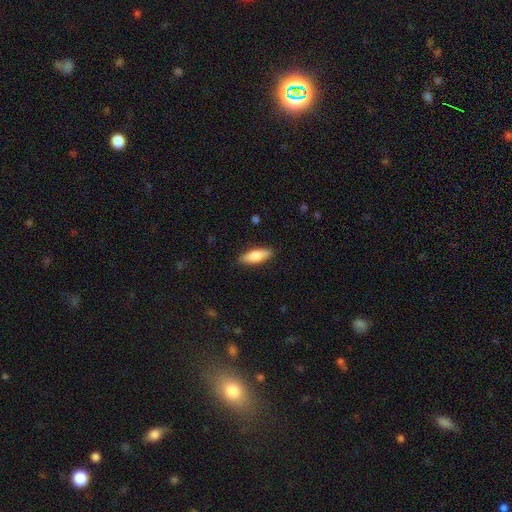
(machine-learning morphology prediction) smooth-or-featured: smooth: 76% | featured or disk: 18% | star or artifact: 6%
  how-rounded: in between: 62% | cigar-shaped: 36% | round: 2%
  merging: none: 87% | minor disturbance: 10% | major disturbance: 2% | merger: 1%